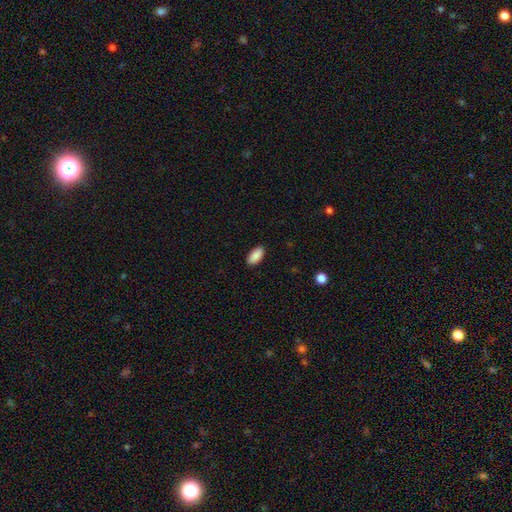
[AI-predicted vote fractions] smooth_or_featured: smooth (p=0.90) [alt: star or artifact p=0.07]
how_rounded: in between (p=0.93) [alt: cigar-shaped p=0.05]
merging: none (p=0.89) [alt: minor disturbance p=0.08]